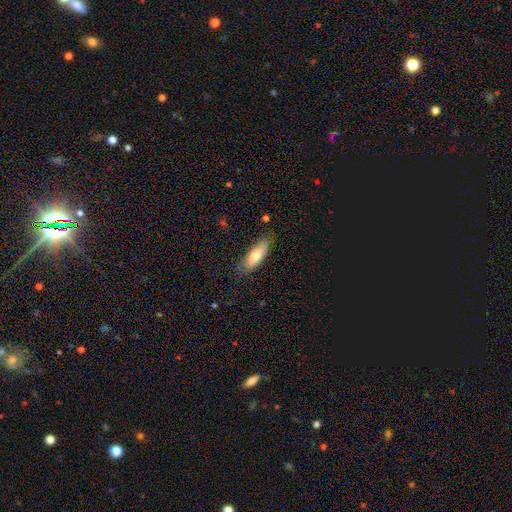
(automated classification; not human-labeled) This is likely a smooth galaxy (71%). How rounded: possibly in between (54%). Merging: likely none (79%).